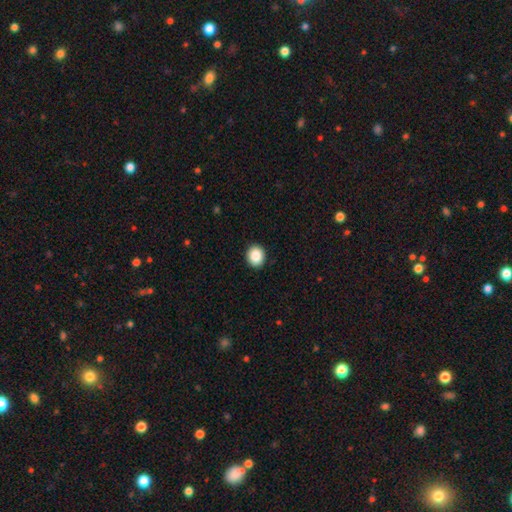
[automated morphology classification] Overall: smooth (88%). How rounded: round (65%; in between 34%). Merging: none (91%).